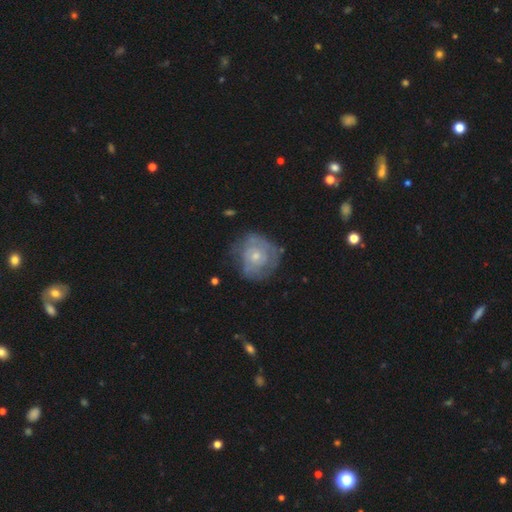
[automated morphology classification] Smooth or featured?
  - featured or disk: 60% *
  - smooth: 33%
  - star or artifact: 6%
Edge-on disk?
  - no: 97% *
  - yes: 3%
Bar?
  - no: 84% *
  - weak: 14%
  - strong: 2%
Spiral arms?
  - yes: 58% *
  - no: 42%
Bulge size?
  - small: 51% *
  - moderate: 43%
  - large: 3%
  - none: 2%
  - dominant: 1%
Merging?
  - none: 61% *
  - minor disturbance: 25%
  - major disturbance: 12%
  - merger: 2%